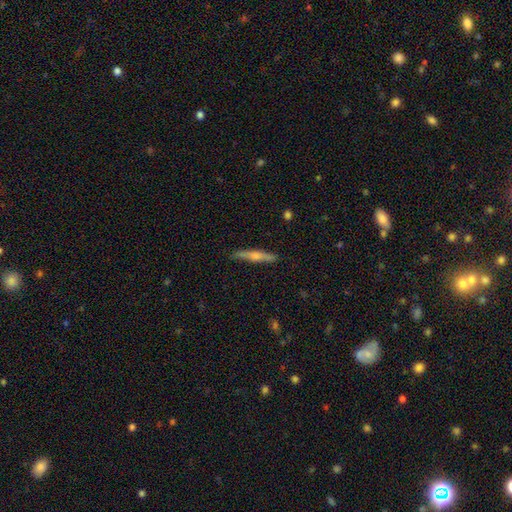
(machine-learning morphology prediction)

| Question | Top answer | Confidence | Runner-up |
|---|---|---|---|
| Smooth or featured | smooth | 49% | featured or disk (46%) |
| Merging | none | 84% | minor disturbance (12%) |